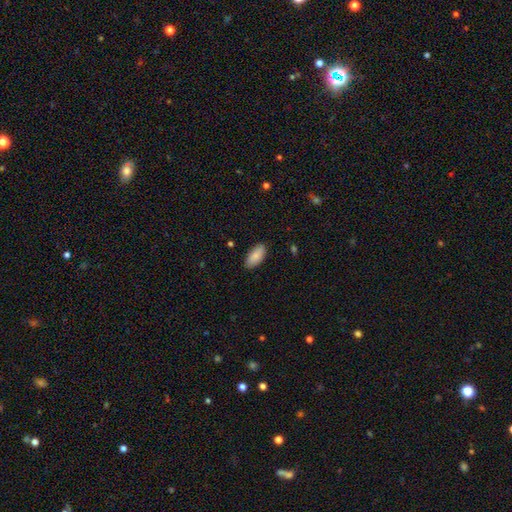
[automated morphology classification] Smooth or featured? smooth (87%)
How rounded? in between (89%)
Merging? none (86%)